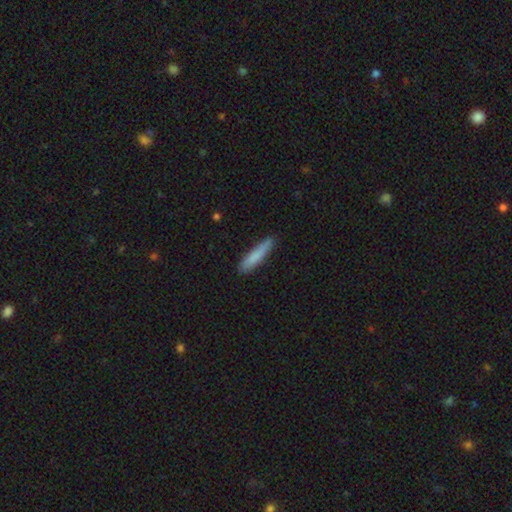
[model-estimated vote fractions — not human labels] Smooth or featured? smooth (81%)
How rounded? cigar-shaped (90%)
Merging? none (82%)